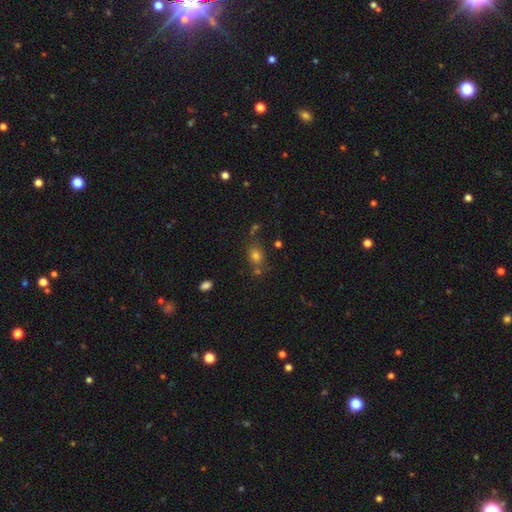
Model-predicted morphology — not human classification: A smooth galaxy with no disk features (72%) that is round (52%). Merging: none (68%).